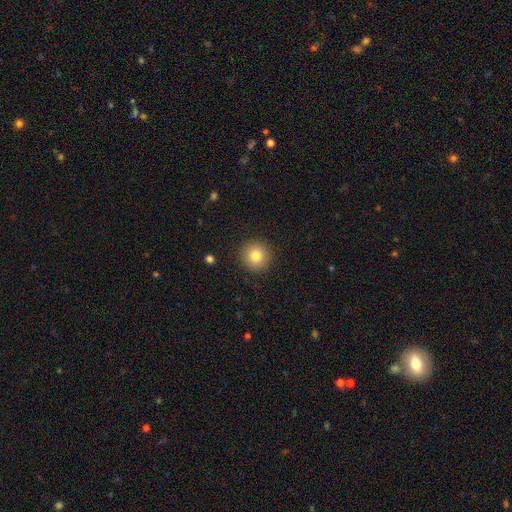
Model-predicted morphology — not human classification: Smooth or featured? Predicted: smooth (p=0.80). How rounded? Predicted: round (p=0.94). Merging? Predicted: none (p=0.91).